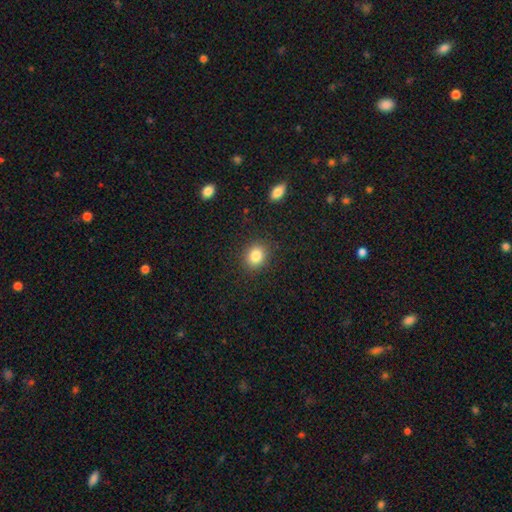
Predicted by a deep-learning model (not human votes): Morphology: type=smooth (84%); roundness=round (67%); merging=none (87%).